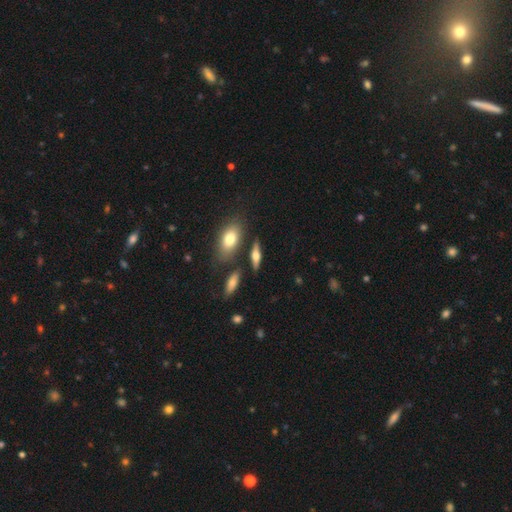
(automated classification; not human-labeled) Smooth or featured? smooth (49%)
Merging? none (76%)